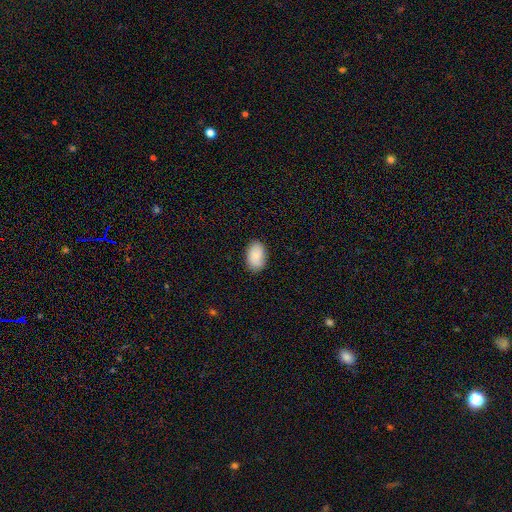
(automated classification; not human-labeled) This is clearly a smooth galaxy (85%). How rounded: clearly in between (90%). Merging: clearly none (84%).